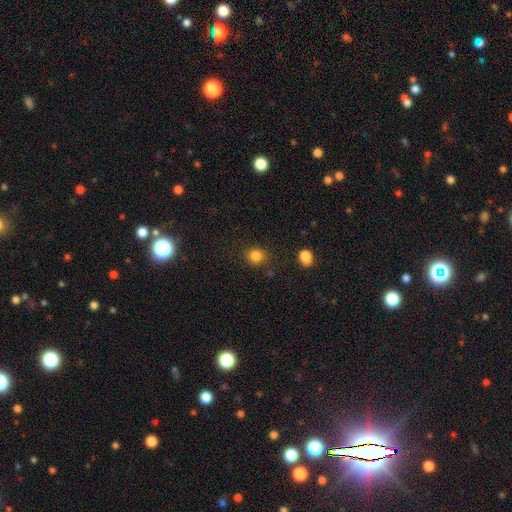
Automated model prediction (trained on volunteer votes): This is clearly a smooth galaxy (84%). How rounded: clearly round (85%). Merging: clearly none (83%).